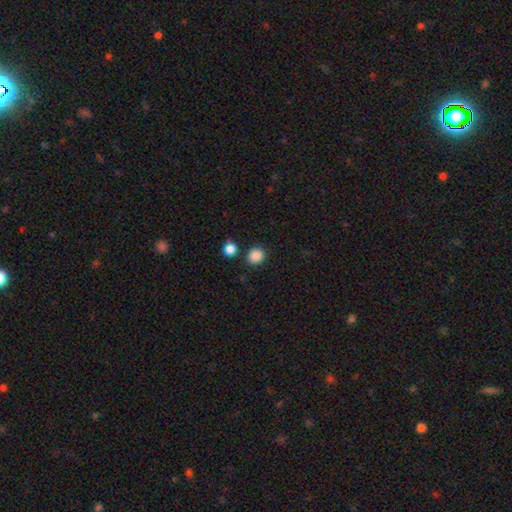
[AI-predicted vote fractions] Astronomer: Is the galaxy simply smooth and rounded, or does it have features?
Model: smooth — 87%.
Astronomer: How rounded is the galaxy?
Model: round — 85%.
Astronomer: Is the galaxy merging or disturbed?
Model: none — 84%.